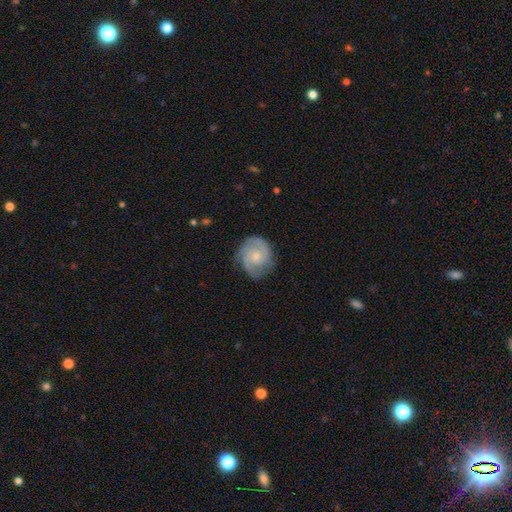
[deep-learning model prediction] Overall: featured or disk (83%). Edge-on disk: no (98%). Bar: no (74%). Spiral arms: yes (97%). Spiral arm count: 3 (38%; 2 36%). Spiral winding: tight (59%; medium 34%). Bulge size: small (59%; moderate 35%). Merging: none (74%).